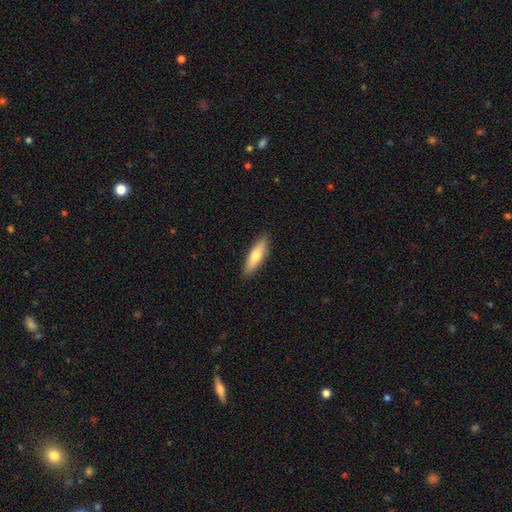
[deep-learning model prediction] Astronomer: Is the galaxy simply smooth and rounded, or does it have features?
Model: smooth — 68%.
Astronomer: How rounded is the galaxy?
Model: cigar-shaped — 61% (runner-up: in between, 37%).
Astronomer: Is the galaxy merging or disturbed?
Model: none — 90%.